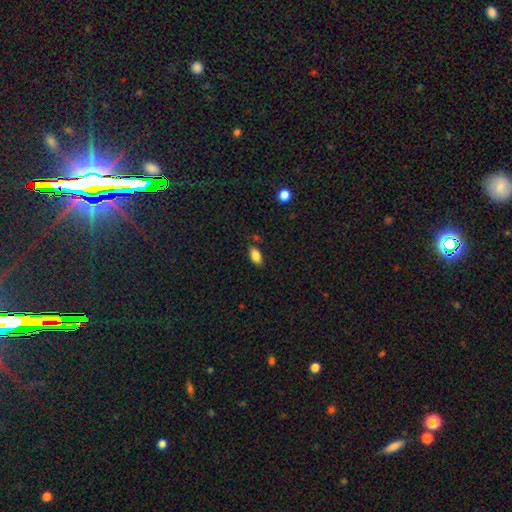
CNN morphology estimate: smooth_or_featured: smooth (p=0.85) [alt: star or artifact p=0.09]
how_rounded: in between (p=0.91) [alt: round p=0.05]
merging: none (p=0.79) [alt: minor disturbance p=0.14]